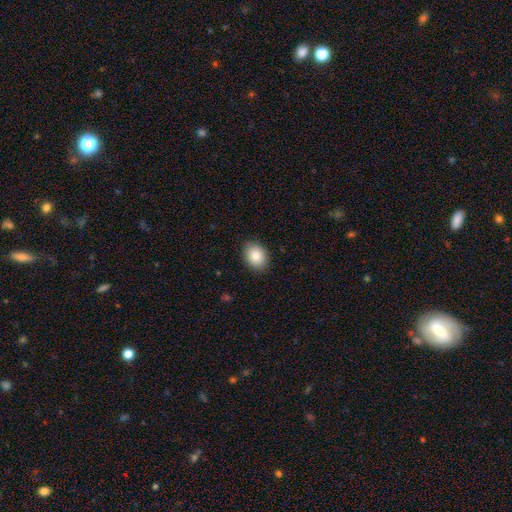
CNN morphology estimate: A smooth galaxy with no disk features (84%) that is in between round and cigar-shaped (57%). Merging: none (89%).